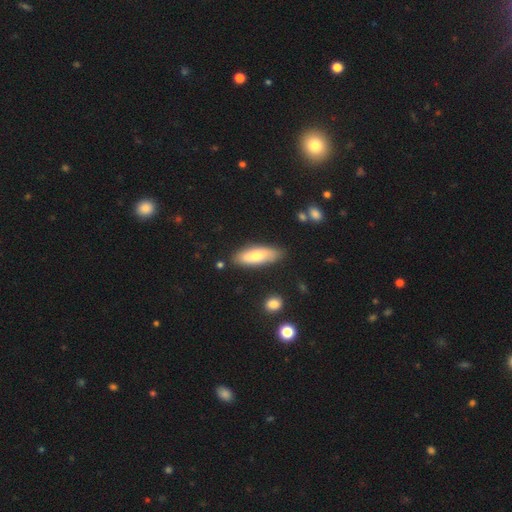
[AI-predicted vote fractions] A smooth galaxy with no disk features (70%) that is in between round and cigar-shaped (58%).

Vote fractions:
- Smooth or featured? smooth: 70% / featured or disk: 24% / star or artifact: 6%
- How rounded? in between: 58% / cigar-shaped: 40% / round: 2%
- Merging? none: 84% / minor disturbance: 12% / major disturbance: 2% / merger: 2%